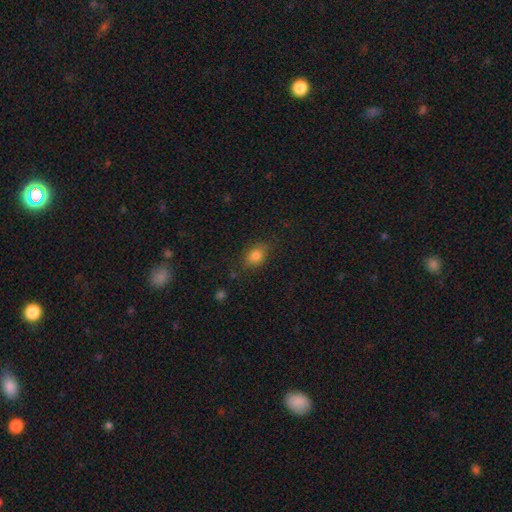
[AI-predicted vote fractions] Smooth or featured? smooth (81%)
How rounded? in between (65%)
Merging? none (77%)